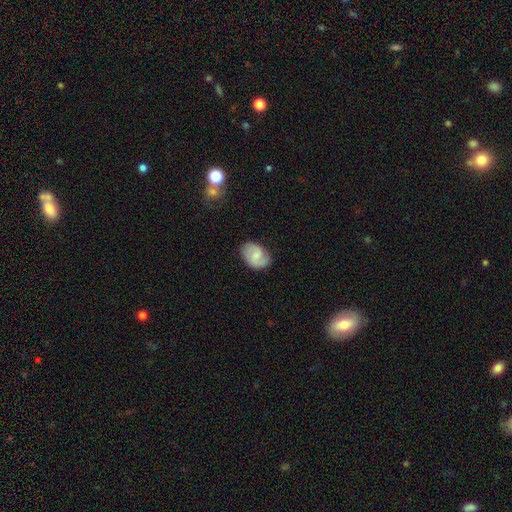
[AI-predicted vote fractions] Overall: featured or disk (51%; smooth 42%). Edge-on disk: no (97%). Merging: none (71%).